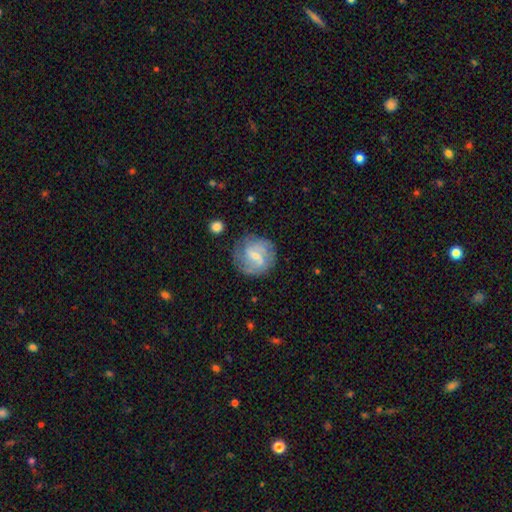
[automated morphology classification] Smooth or featured?
  - featured or disk: 65% *
  - smooth: 28%
  - star or artifact: 7%
Edge-on disk?
  - no: 97% *
  - yes: 3%
Bar?
  - weak: 59% *
  - strong: 22%
  - no: 18%
Spiral arms?
  - yes: 84% *
  - no: 16%
Spiral winding?
  - medium: 42% *
  - tight: 31%
  - loose: 27%
Spiral arm count?
  - 2: 57% *
  - can't tell: 26%
  - 3: 8%
  - 1: 4%
  - 4: 3%
  - more than 4: 2%
Bulge size?
  - small: 61% *
  - moderate: 28%
  - none: 8%
  - large: 2%
  - dominant: 1%
Merging?
  - none: 72% *
  - minor disturbance: 17%
  - major disturbance: 8%
  - merger: 3%